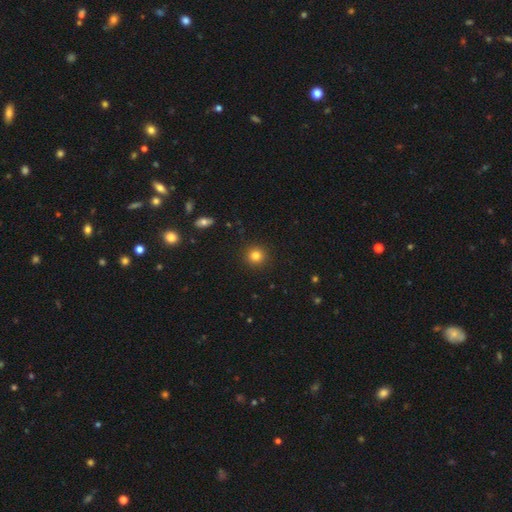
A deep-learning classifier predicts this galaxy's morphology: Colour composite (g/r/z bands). It shows a smooth galaxy with no disk features (82%) that is round (93%). Merging: none (92%).